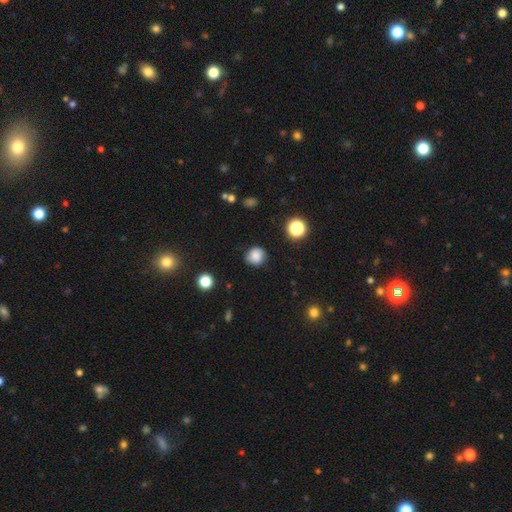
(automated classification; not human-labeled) Smooth or featured? Predicted: smooth (p=0.83). How rounded? Predicted: round (p=0.85). Merging? Predicted: none (p=0.81).